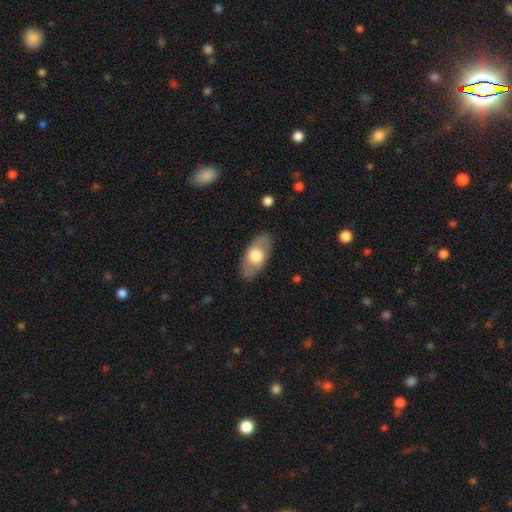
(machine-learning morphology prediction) A smooth galaxy with no disk features (57%) that is in between round and cigar-shaped (91%).

Vote fractions:
- Smooth or featured? smooth: 57% / featured or disk: 37% / star or artifact: 5%
- How rounded? in between: 91% / round: 6% / cigar-shaped: 4%
- Merging? none: 84% / minor disturbance: 11% / major disturbance: 4% / merger: 1%